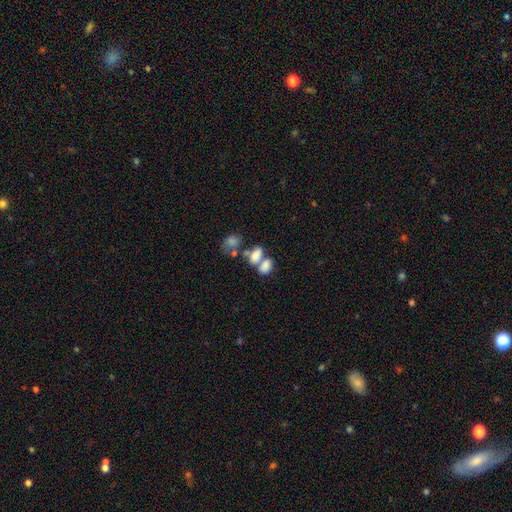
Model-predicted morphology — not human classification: type=smooth (73%); roundness=in between (86%); merging=merger (59%).